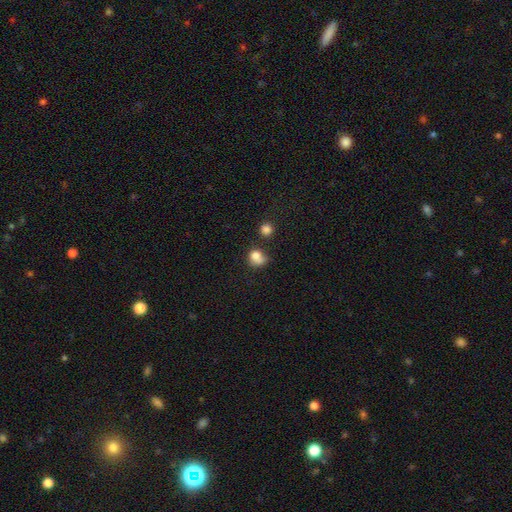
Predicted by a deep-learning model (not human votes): This appears to be a smooth galaxy with no disk features (78%) that is round (73%). Merging: none (41%).